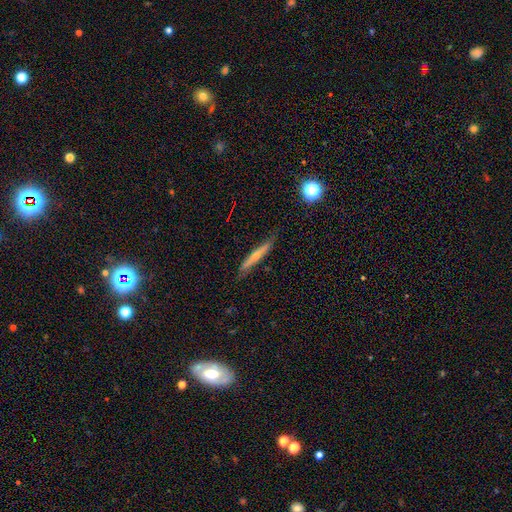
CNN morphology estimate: Smooth or featured?
  - featured or disk: 52% *
  - smooth: 41%
  - star or artifact: 7%
Edge-on disk?
  - yes: 93% *
  - no: 7%
Merging?
  - none: 81% *
  - minor disturbance: 15%
  - major disturbance: 2%
  - merger: 1%